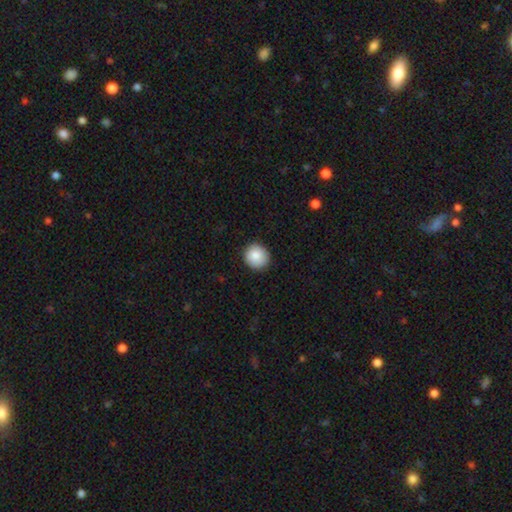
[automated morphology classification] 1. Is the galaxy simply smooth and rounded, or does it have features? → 87% smooth, 7% star or artifact, 6% featured or disk.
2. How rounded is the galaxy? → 91% round, 8% in between, 1% cigar-shaped.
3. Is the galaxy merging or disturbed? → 89% none, 8% minor disturbance, 2% major disturbance, 1% merger.